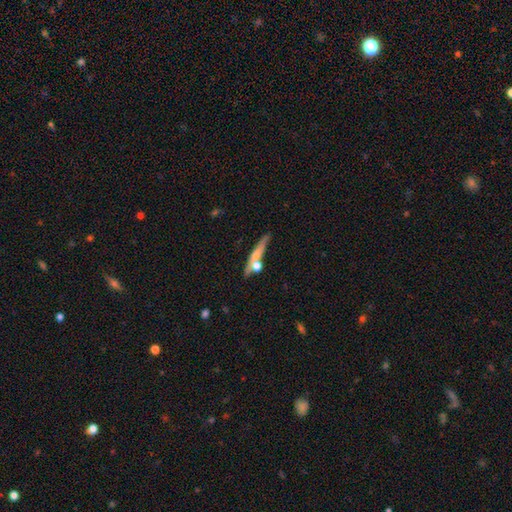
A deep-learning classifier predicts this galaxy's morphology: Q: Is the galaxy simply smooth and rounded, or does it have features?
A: featured or disk — 51%.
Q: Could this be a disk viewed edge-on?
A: yes — 85%.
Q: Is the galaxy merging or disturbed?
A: none — 63%.